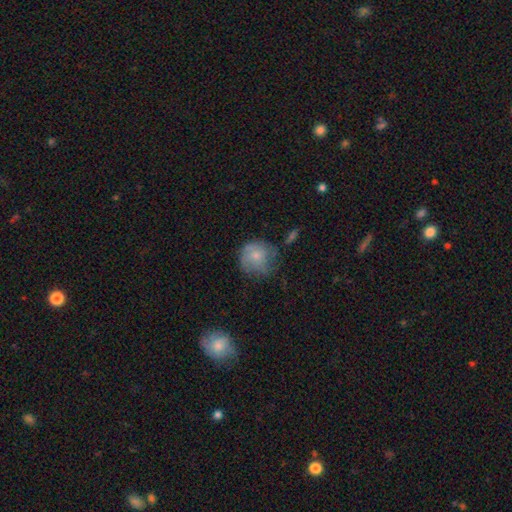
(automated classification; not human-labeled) This is likely a smooth galaxy (60%). How rounded: clearly round (84%). Merging: possibly none (48%).